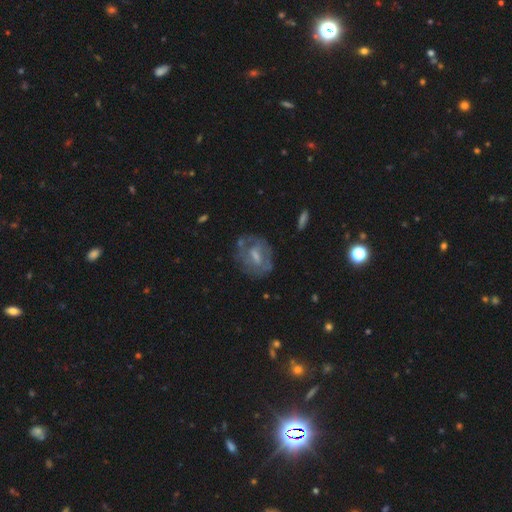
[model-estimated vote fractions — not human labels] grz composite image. It shows a featured or disk galaxy (63%) with a weak bar (48%), spiral arms (57%) and a moderate central bulge (42%). Merging: none (68%).